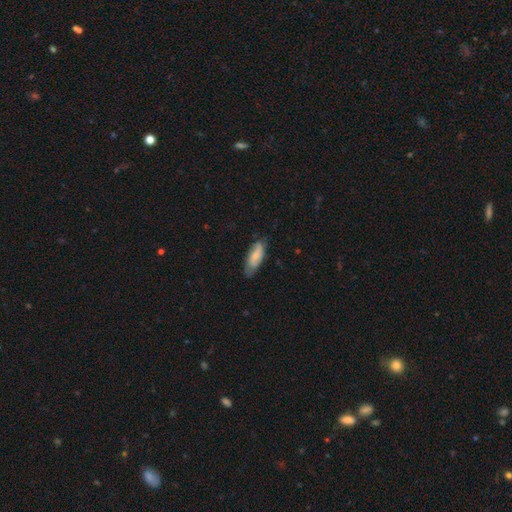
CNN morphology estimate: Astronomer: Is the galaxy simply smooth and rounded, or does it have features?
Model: smooth — 66%.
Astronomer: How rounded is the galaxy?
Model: in between — 72%.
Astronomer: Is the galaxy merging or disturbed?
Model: none — 69%.